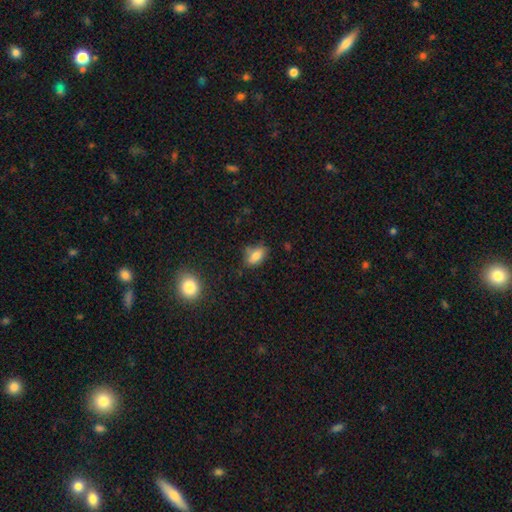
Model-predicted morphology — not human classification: The model was most divided on "merging": none: 68%, minor disturbance: 22%, merger: 5%, major disturbance: 5%. More confident: how rounded — in between (85%); smooth or featured — smooth (79%).